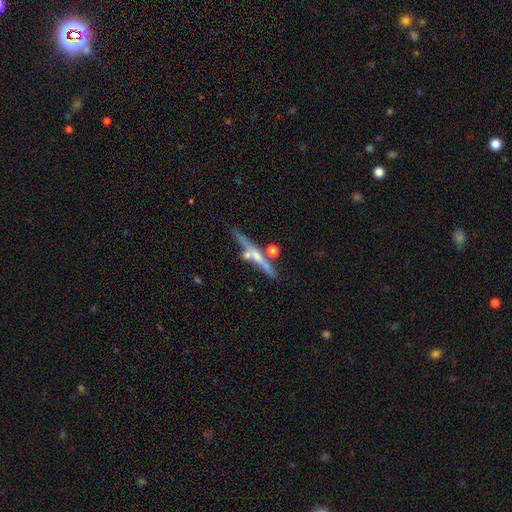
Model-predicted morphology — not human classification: Q: Smooth or featured?
A: featured or disk (59%); runner-up: smooth (33%)
Q: Edge-on disk?
A: yes (91%); runner-up: no (9%)
Q: Edge-on bulge?
A: rounded (57%); runner-up: none (35%)
Q: Merging?
A: none (62%); runner-up: merger (17%)